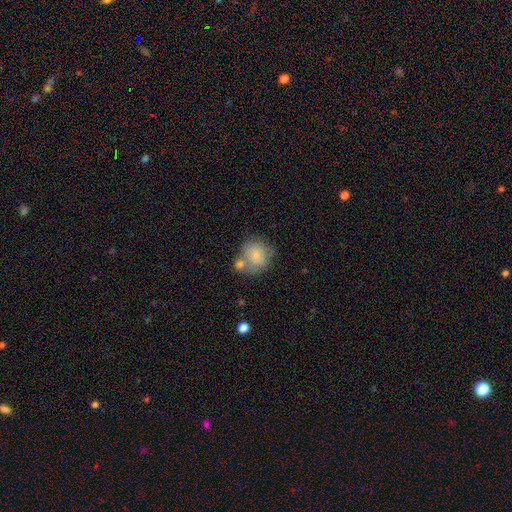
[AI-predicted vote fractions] Morphology: type=smooth (72%); roundness=round (83%); merging=none (46%).